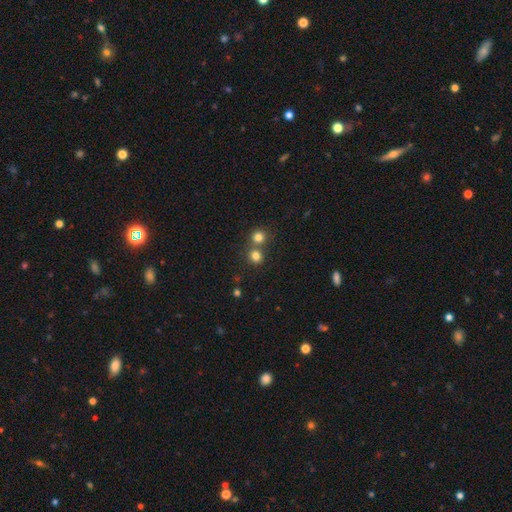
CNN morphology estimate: Smooth or featured? Predicted: smooth (p=0.79). How rounded? Predicted: round (p=0.88). Merging? Predicted: none (p=0.59).